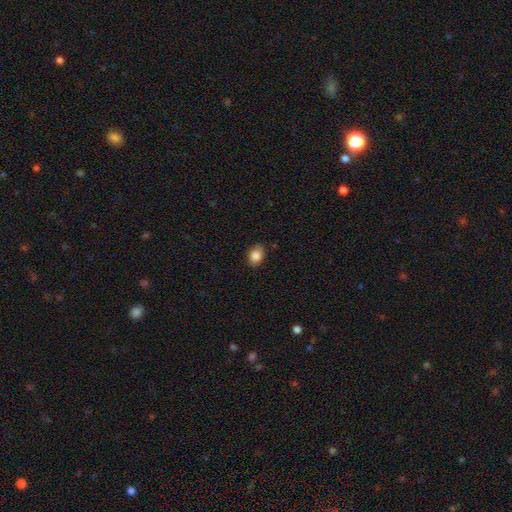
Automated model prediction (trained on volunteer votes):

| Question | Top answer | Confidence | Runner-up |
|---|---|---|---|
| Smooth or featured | smooth | 86% | star or artifact (9%) |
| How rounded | in between | 68% | round (31%) |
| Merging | none | 83% | minor disturbance (14%) |